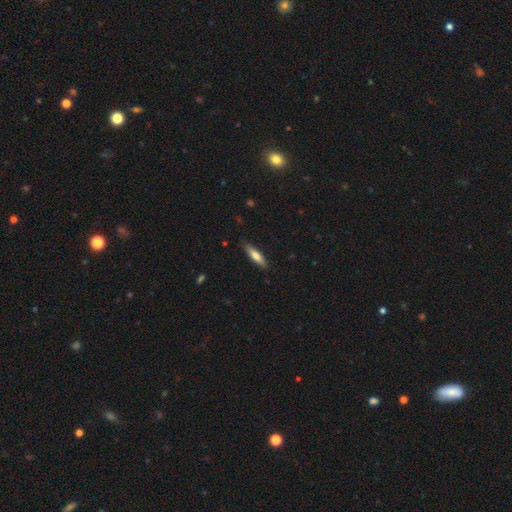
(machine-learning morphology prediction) A smooth galaxy with no disk features (73%) that is cigar-shaped (73%).

Vote fractions:
- Smooth or featured? smooth: 73% / featured or disk: 21% / star or artifact: 6%
- How rounded? cigar-shaped: 73% / in between: 25% / round: 1%
- Merging? none: 86% / minor disturbance: 11% / major disturbance: 2% / merger: 1%